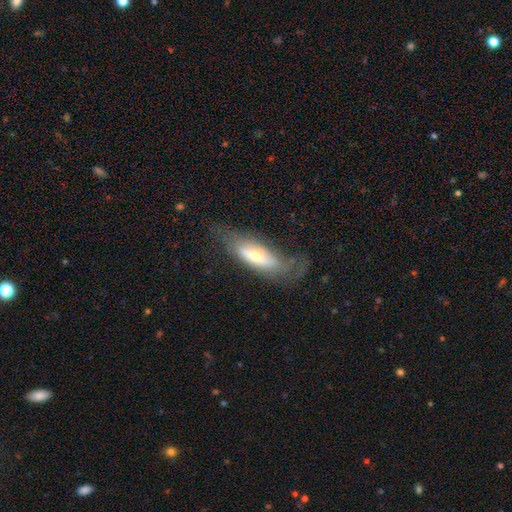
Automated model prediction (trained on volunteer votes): The model was most divided on "smooth or featured": featured or disk: 51%, smooth: 41%, star or artifact: 8%. More confident: edge-on disk — no (63%); merging — none (52%).